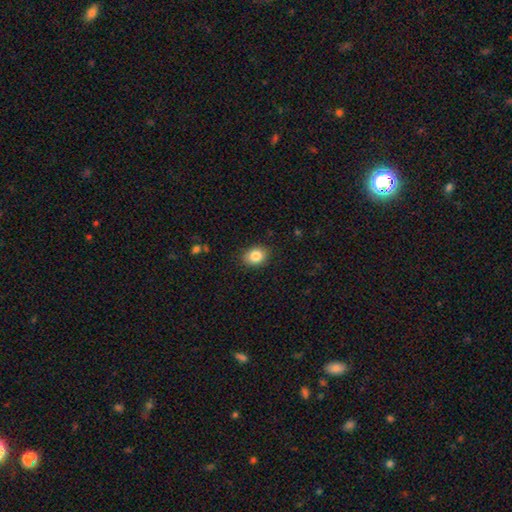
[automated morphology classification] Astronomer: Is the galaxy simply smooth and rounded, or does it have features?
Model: smooth — 85%.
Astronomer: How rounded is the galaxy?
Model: in between — 58% (runner-up: round, 42%).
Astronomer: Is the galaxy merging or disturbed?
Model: none — 87%.